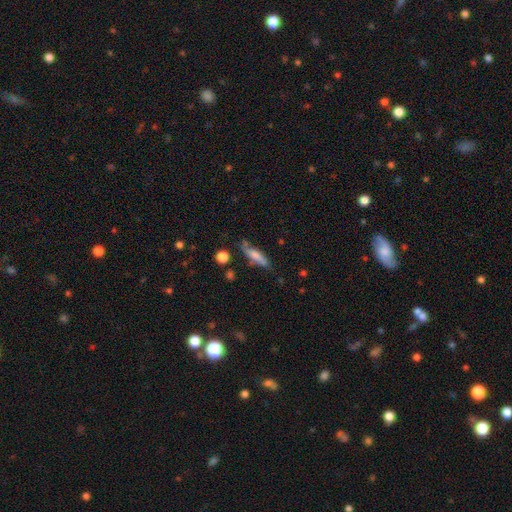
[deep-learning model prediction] A smooth galaxy with no disk features (64%) that is cigar-shaped (68%).

Vote fractions:
- Smooth or featured? smooth: 64% / featured or disk: 29% / star or artifact: 8%
- How rounded? cigar-shaped: 68% / in between: 29% / round: 3%
- Merging? none: 62% / minor disturbance: 25% / major disturbance: 7% / merger: 5%